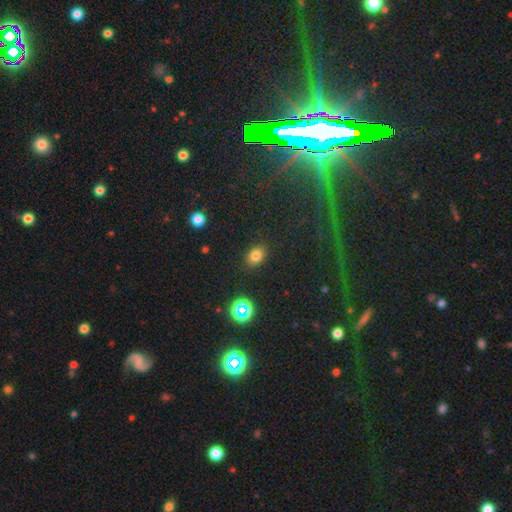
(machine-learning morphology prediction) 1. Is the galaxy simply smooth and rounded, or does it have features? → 77% smooth, 16% star or artifact, 7% featured or disk.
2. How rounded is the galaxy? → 64% in between, 35% round, 1% cigar-shaped.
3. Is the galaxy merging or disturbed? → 85% none, 10% minor disturbance, 3% major disturbance, 2% merger.